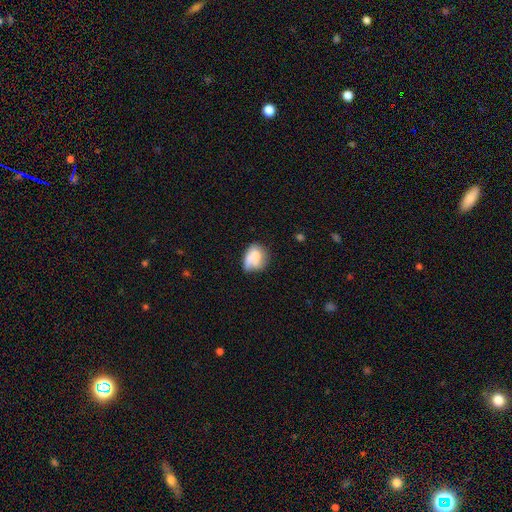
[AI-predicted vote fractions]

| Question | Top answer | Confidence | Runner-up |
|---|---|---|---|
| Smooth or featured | smooth | 63% | featured or disk (28%) |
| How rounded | round | 50% | in between (49%) |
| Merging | none | 36% | minor disturbance (30%) |